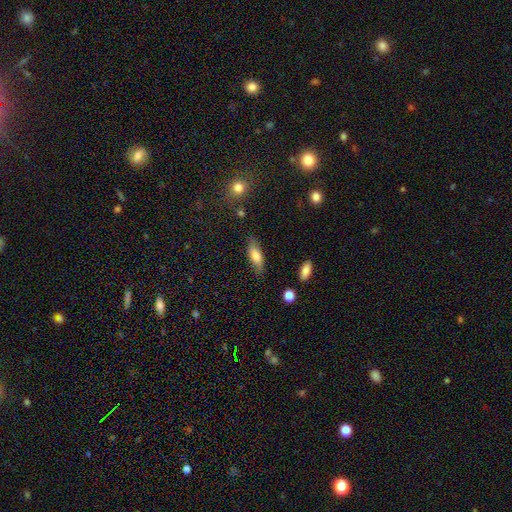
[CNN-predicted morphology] Smooth or featured? Predicted: smooth (p=0.73). How rounded? Predicted: in between (p=0.59). Merging? Predicted: none (p=0.80).